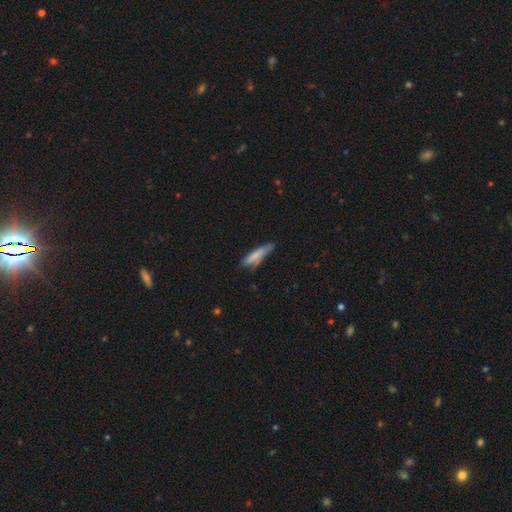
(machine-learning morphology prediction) smooth-or-featured: smooth: 73% | featured or disk: 21% | star or artifact: 6%
  how-rounded: cigar-shaped: 85% | in between: 14% | round: 1%
  merging: none: 57% | minor disturbance: 31% | major disturbance: 7% | merger: 4%